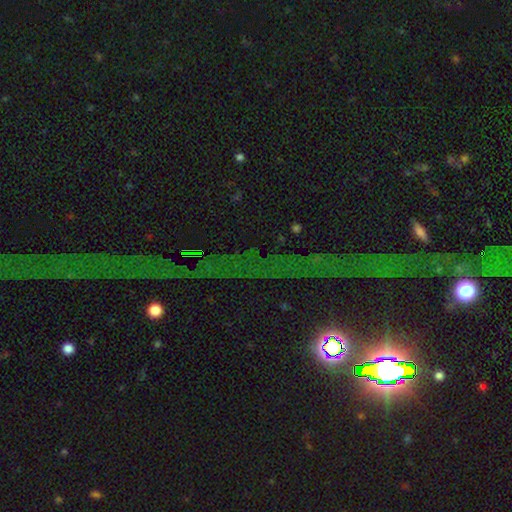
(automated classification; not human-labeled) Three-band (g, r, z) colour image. It shows a star or artifact, not a galaxy (76%).